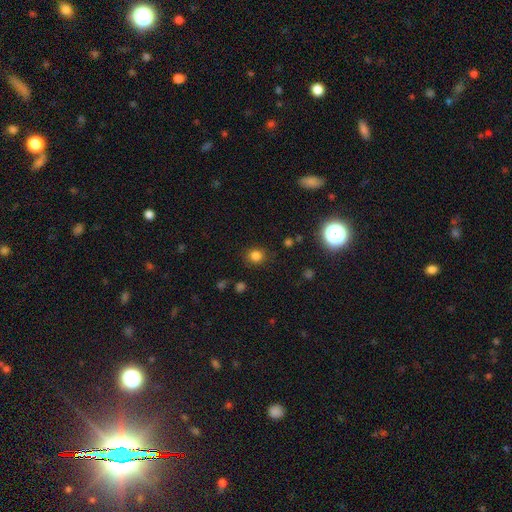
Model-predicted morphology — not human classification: Smooth or featured: smooth — 81% (star or artifact — 15%)
How rounded: round — 80% (in between — 19%)
Merging: none — 85% (minor disturbance — 10%)